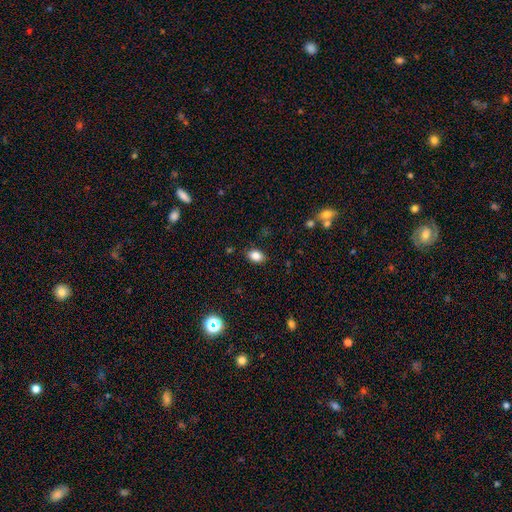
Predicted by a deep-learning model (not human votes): Overall: smooth (84%). How rounded: in between (81%). Merging: none (86%).